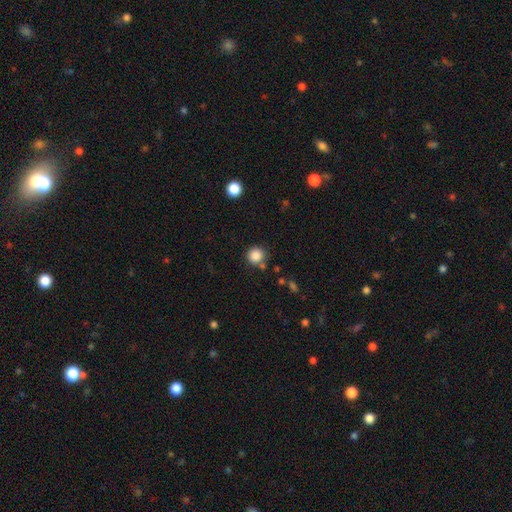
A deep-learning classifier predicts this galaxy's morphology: Q: Smooth or featured?
A: smooth (86%); runner-up: star or artifact (11%)
Q: How rounded?
A: round (92%); runner-up: in between (7%)
Q: Merging?
A: none (77%); runner-up: minor disturbance (11%)